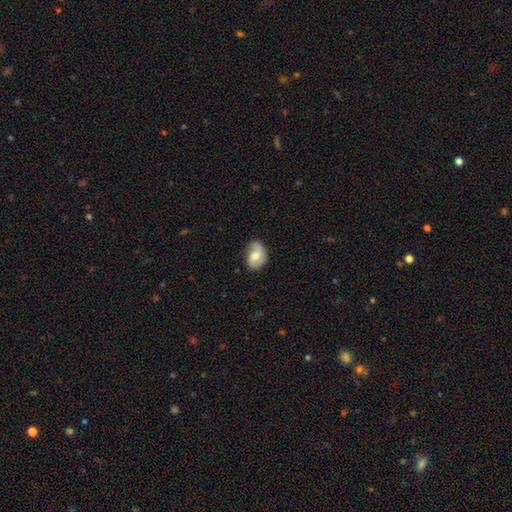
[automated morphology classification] type=featured or disk (48%); merging=none (58%).